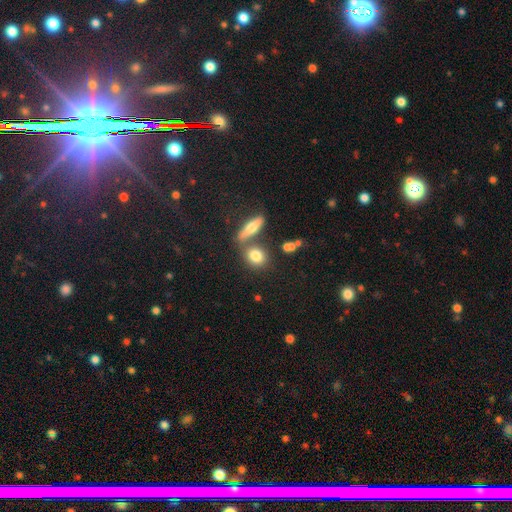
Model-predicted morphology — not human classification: smooth 78%, featured or disk 13%, star or artifact 9%. Down the decision tree: how rounded — round (47%); merging — none (59%).